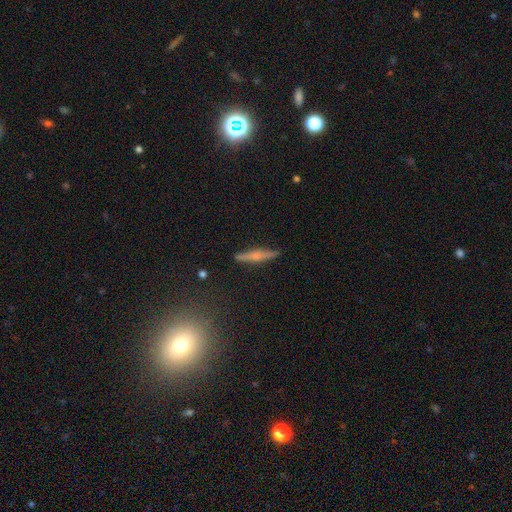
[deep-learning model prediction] Smooth or featured: featured or disk — 56% (smooth — 36%)
Edge-on disk: yes — 97% (no — 3%)
Edge-on bulge: rounded — 69% (boxy — 18%)
Merging: none — 89% (minor disturbance — 8%)